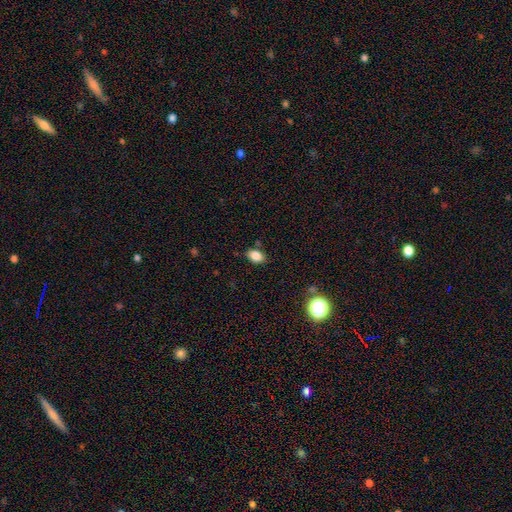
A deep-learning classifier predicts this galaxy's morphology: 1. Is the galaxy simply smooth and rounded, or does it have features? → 85% smooth, 10% star or artifact, 5% featured or disk.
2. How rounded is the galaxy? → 84% in between, 15% round, 1% cigar-shaped.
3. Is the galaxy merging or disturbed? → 80% none, 13% minor disturbance, 4% merger, 3% major disturbance.